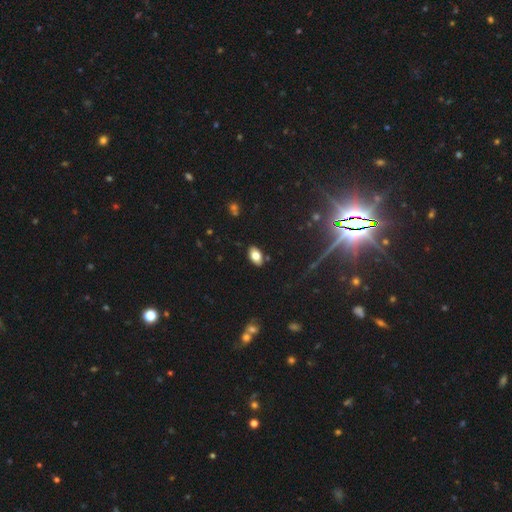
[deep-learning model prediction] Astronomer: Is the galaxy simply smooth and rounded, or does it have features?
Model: smooth — 77%.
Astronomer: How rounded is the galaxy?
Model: in between — 93%.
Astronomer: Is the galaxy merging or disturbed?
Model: none — 87%.